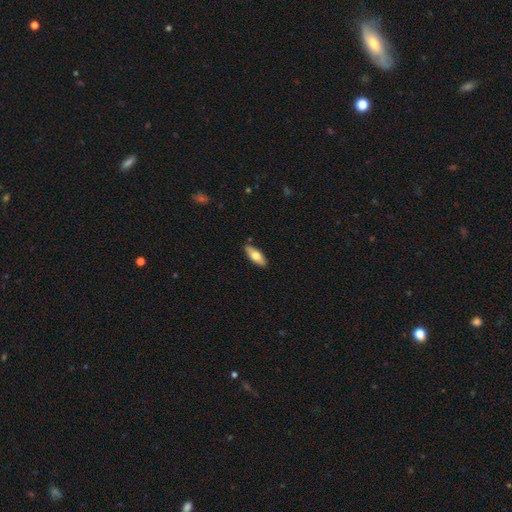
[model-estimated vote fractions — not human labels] smooth_or_featured: smooth (p=0.67) [alt: featured or disk p=0.27]
how_rounded: in between (p=0.68) [alt: cigar-shaped p=0.30]
merging: none (p=0.87) [alt: minor disturbance p=0.10]